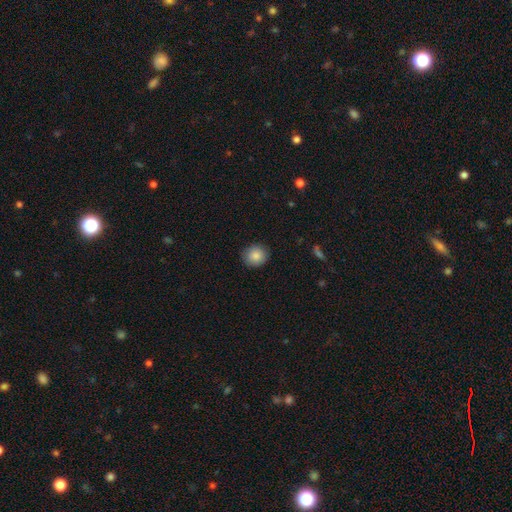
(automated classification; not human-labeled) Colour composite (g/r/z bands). It shows a smooth galaxy with no disk features (86%) that is round (85%). Merging: none (88%).